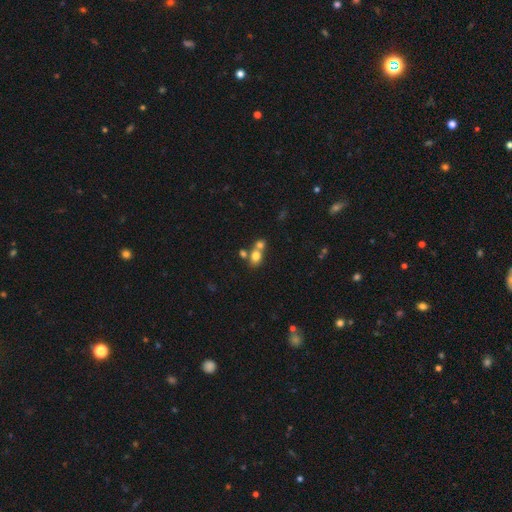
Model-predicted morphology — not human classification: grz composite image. It shows a smooth galaxy with no disk features (74%) that is round (60%). Merging: merger (50%).